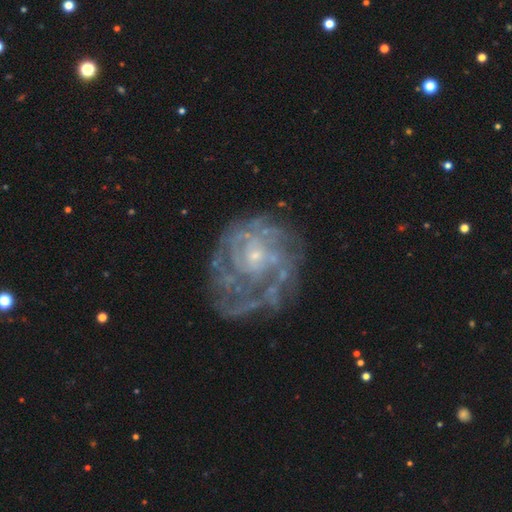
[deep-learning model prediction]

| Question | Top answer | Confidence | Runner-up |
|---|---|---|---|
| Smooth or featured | featured or disk | 82% | smooth (10%) |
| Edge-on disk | no | 98% | yes (2%) |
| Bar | no | 78% | weak (18%) |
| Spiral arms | yes | 78% | no (22%) |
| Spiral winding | tight | 60% | medium (27%) |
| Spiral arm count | can't tell | 48% | 2 (14%) |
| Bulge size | small | 76% | moderate (15%) |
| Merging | none | 49% | major disturbance (25%) |